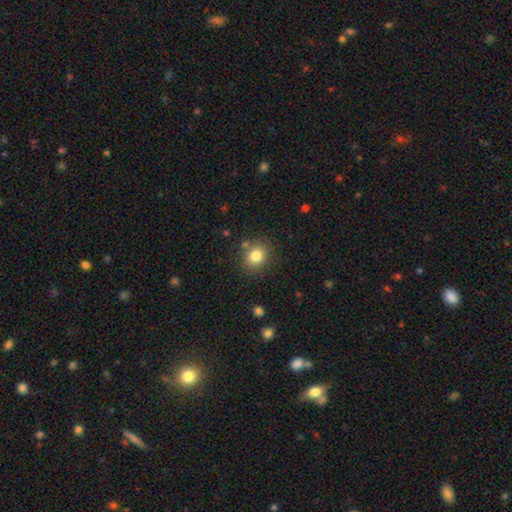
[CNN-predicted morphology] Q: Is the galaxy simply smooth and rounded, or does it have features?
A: smooth — 82%.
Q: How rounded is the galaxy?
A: round — 74%.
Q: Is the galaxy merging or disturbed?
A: none — 81%.